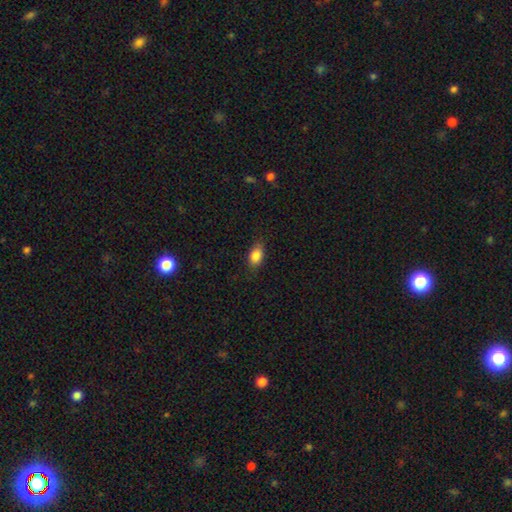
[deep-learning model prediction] A smooth galaxy with no disk features (85%) that is in between round and cigar-shaped (85%). Merging: none (80%).